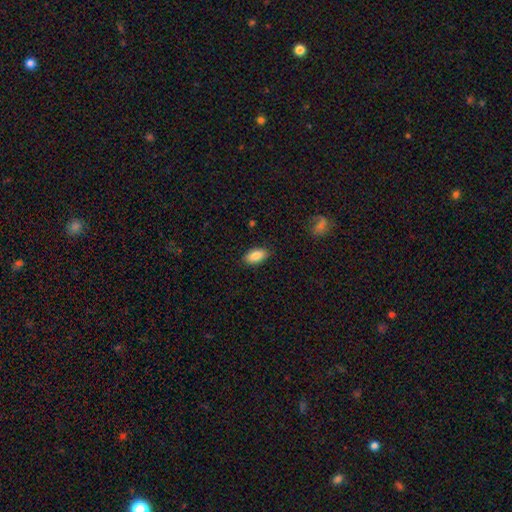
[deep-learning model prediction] A smooth galaxy with no disk features (86%) that is in between round and cigar-shaped (93%).

Vote fractions:
- Smooth or featured? smooth: 86% / star or artifact: 7% / featured or disk: 7%
- How rounded? in between: 93% / cigar-shaped: 4% / round: 3%
- Merging? none: 87% / minor disturbance: 10% / major disturbance: 2% / merger: 1%